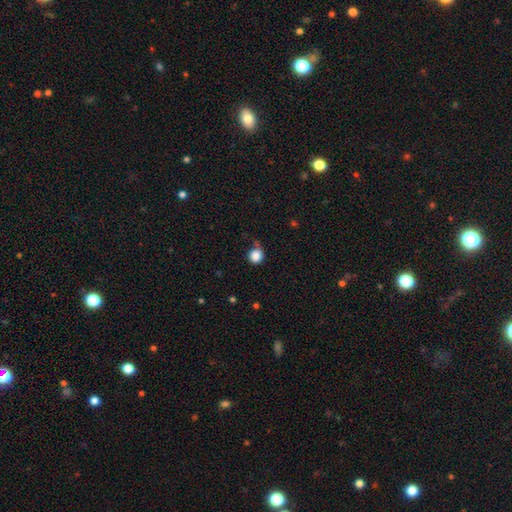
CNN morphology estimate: Smooth or featured: smooth — 86% (star or artifact — 9%)
How rounded: round — 89% (in between — 10%)
Merging: none — 56% (minor disturbance — 27%)